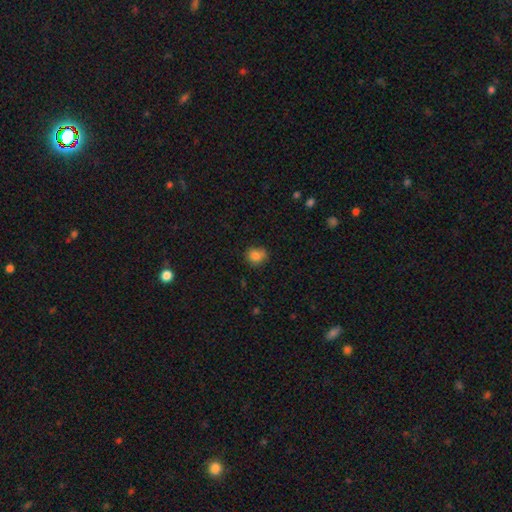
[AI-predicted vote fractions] Smooth or featured?
  - smooth: 84% *
  - star or artifact: 11%
  - featured or disk: 6%
How rounded?
  - round: 75% *
  - in between: 24%
  - cigar-shaped: 1%
Merging?
  - none: 76% *
  - minor disturbance: 18%
  - major disturbance: 3%
  - merger: 2%